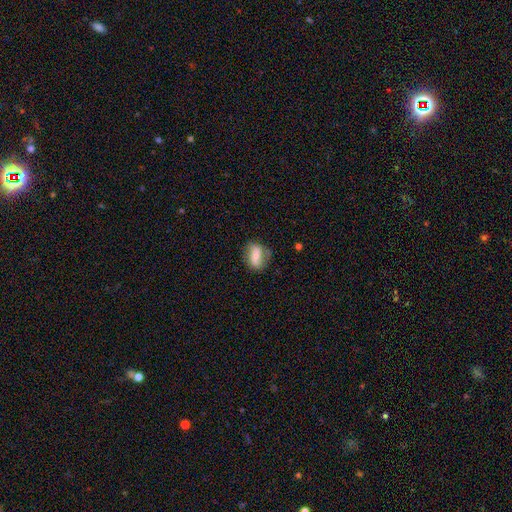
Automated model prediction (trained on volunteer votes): The model was most divided on "smooth or featured": smooth: 55%, featured or disk: 37%, star or artifact: 8%. More confident: how rounded — in between (75%); merging — none (67%).